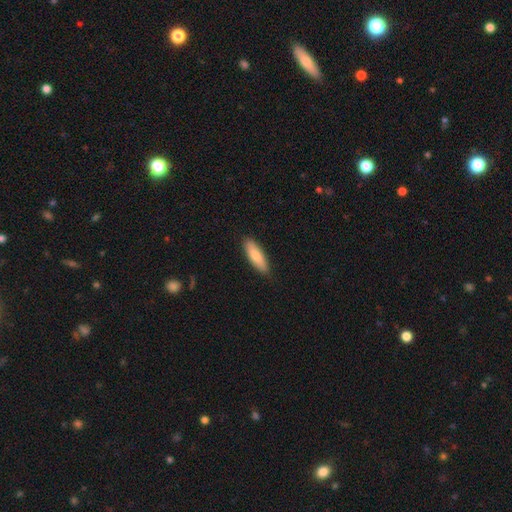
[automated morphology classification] This appears to be a smooth galaxy with no disk features (80%) that is in between round and cigar-shaped (50%). Merging: none (86%).